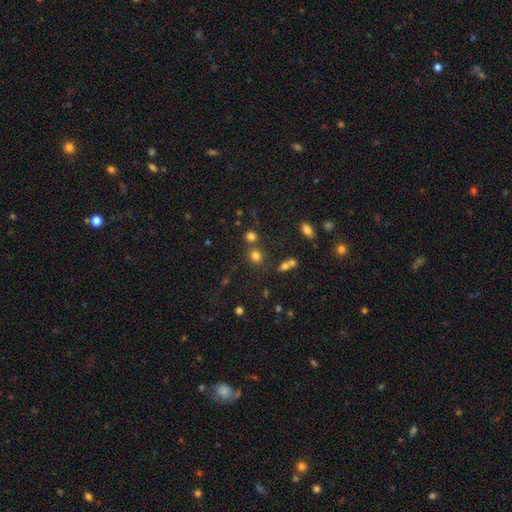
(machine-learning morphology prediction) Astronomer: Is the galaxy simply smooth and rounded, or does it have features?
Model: smooth — 75%.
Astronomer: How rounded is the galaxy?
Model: round — 79%.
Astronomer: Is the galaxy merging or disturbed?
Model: none — 69%.